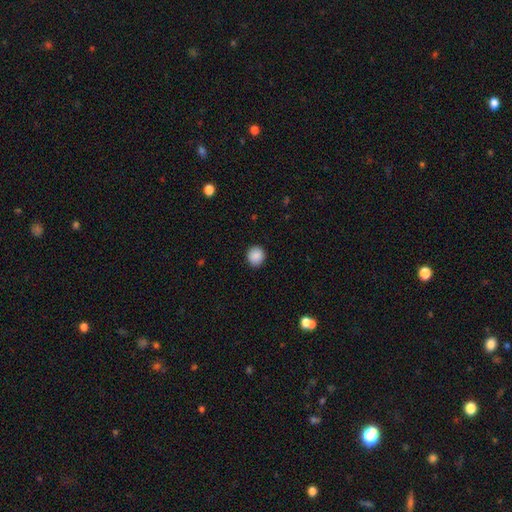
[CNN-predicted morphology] type=smooth (89%); roundness=round (86%); merging=none (90%).